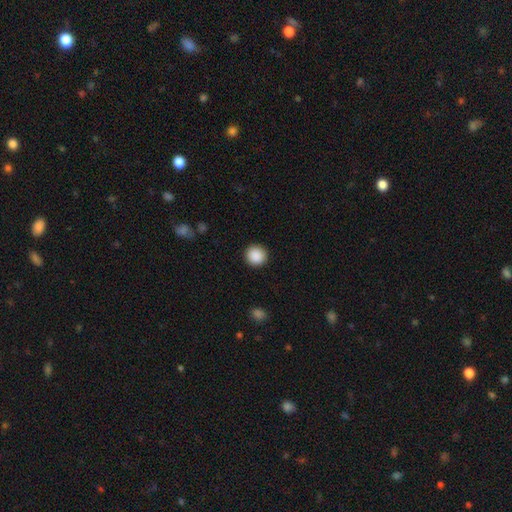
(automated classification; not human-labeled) The model was most divided on "smooth or featured": smooth: 89%, star or artifact: 8%, featured or disk: 3%. More confident: how rounded — round (94%); merging — none (92%).